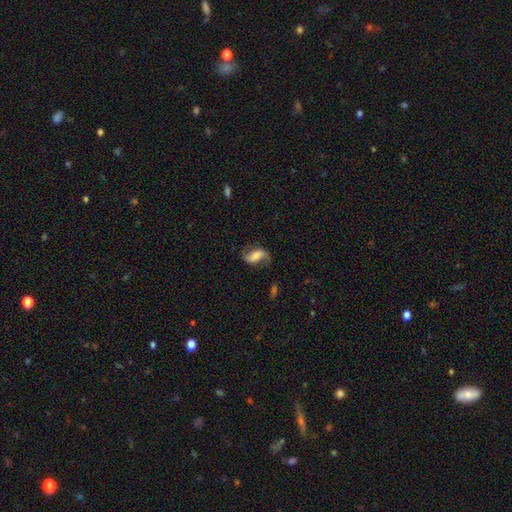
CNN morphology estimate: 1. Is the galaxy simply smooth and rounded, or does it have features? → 69% featured or disk, 23% smooth, 8% star or artifact.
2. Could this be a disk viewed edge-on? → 95% no, 5% yes.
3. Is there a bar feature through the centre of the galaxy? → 38% weak, 33% no, 29% strong.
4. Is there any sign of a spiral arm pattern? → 93% yes, 7% no.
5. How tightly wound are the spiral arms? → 71% loose, 22% medium, 6% tight.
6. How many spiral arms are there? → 90% 2, 4% 1, 3% can't tell, 1% 3, 1% 4, 1% more than 4.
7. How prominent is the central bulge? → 33% moderate, 28% small, 18% large, 17% none, 4% dominant.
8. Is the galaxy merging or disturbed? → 70% none, 18% minor disturbance, 10% major disturbance, 2% merger.